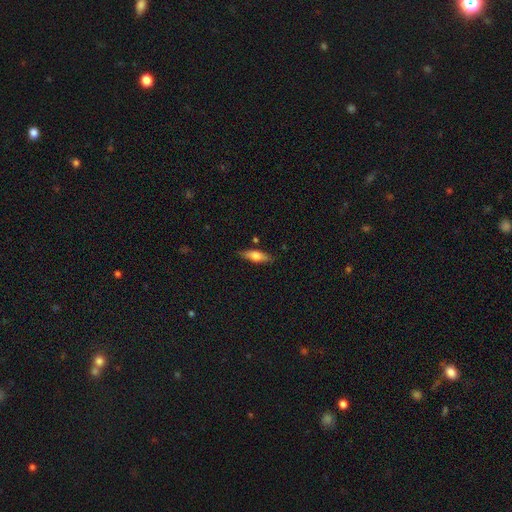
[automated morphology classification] The model was most divided on "how rounded": in between: 53%, cigar-shaped: 45%, round: 3%. More confident: merging — none (82%); smooth or featured — smooth (65%).